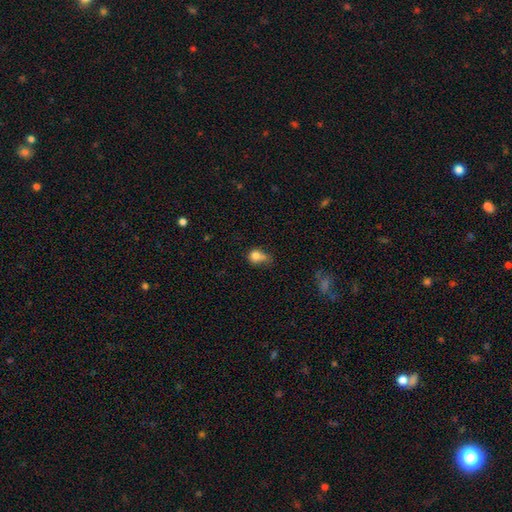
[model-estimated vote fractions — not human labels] Q: Smooth or featured?
A: smooth (78%); runner-up: featured or disk (11%)
Q: How rounded?
A: round (67%); runner-up: in between (31%)
Q: Merging?
A: none (33%); runner-up: minor disturbance (26%)